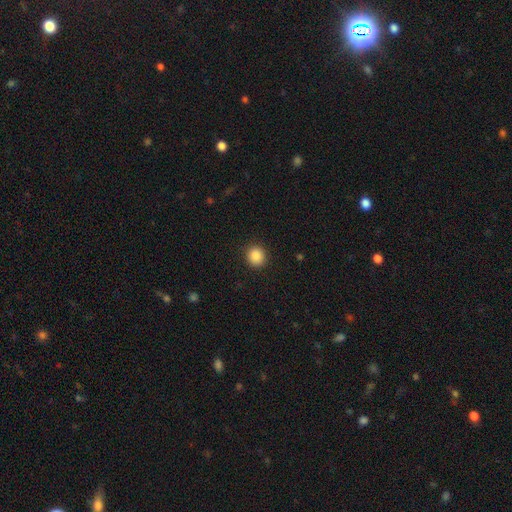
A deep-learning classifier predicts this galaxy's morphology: type=smooth (87%); roundness=round (88%); merging=none (91%).